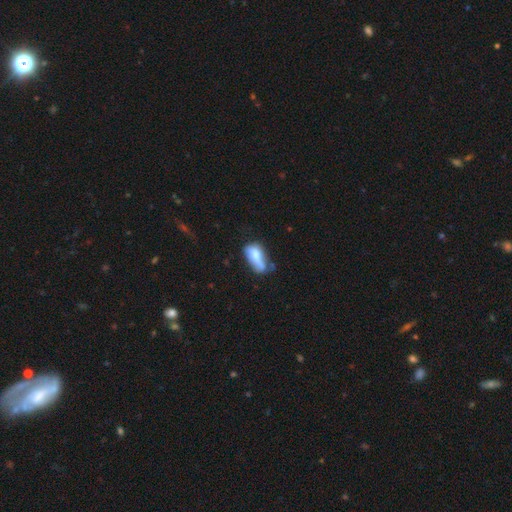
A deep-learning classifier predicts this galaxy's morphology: Q: Smooth or featured?
A: smooth (69%); runner-up: featured or disk (23%)
Q: How rounded?
A: in between (83%); runner-up: cigar-shaped (13%)
Q: Merging?
A: minor disturbance (31%); runner-up: none (29%)